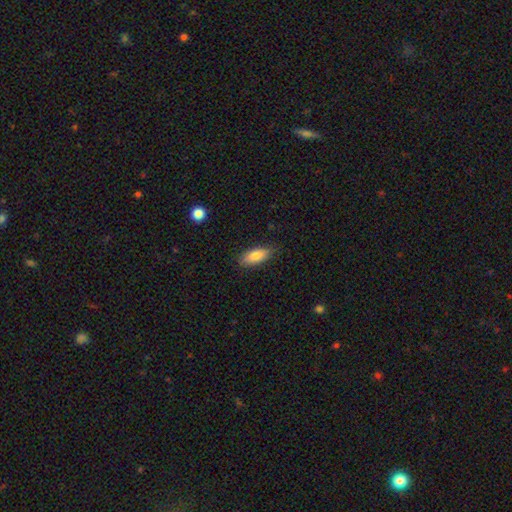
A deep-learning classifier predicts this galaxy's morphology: Smooth or featured? smooth (81%)
How rounded? in between (76%)
Merging? none (84%)